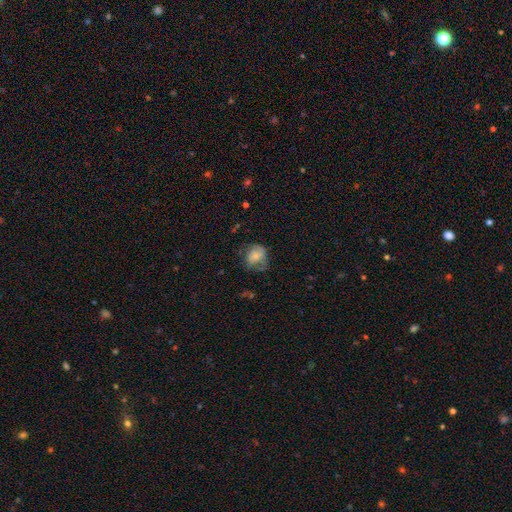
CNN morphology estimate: A smooth galaxy with no disk features (65%) that is round (59%). Merging: none (43%).